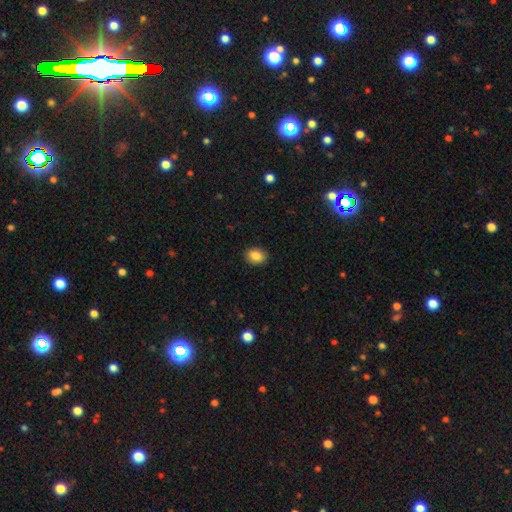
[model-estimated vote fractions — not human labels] This is clearly a smooth galaxy (86%). How rounded: likely in between (65%). Merging: clearly none (89%).